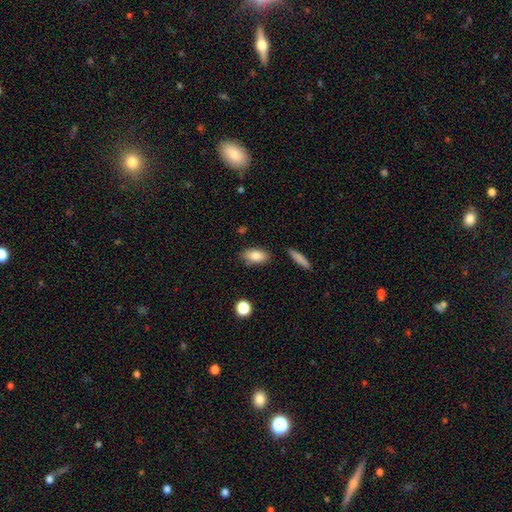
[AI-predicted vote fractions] smooth-or-featured: smooth: 83% | featured or disk: 10% | star or artifact: 7%
  how-rounded: in between: 87% | cigar-shaped: 9% | round: 4%
  merging: none: 80% | minor disturbance: 14% | merger: 4% | major disturbance: 3%